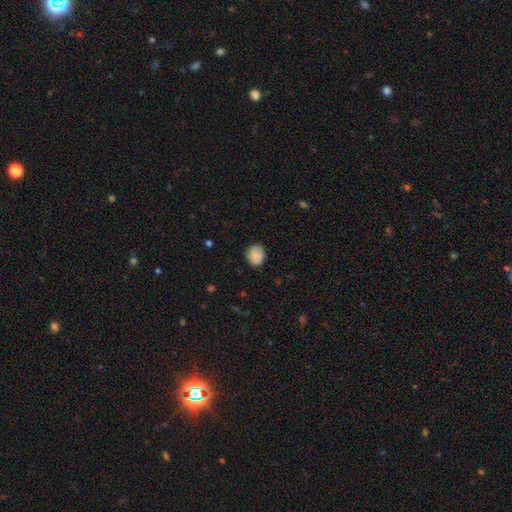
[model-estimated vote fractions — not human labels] Q: Smooth or featured?
A: smooth (86%); runner-up: star or artifact (8%)
Q: How rounded?
A: round (73%); runner-up: in between (26%)
Q: Merging?
A: none (83%); runner-up: minor disturbance (14%)